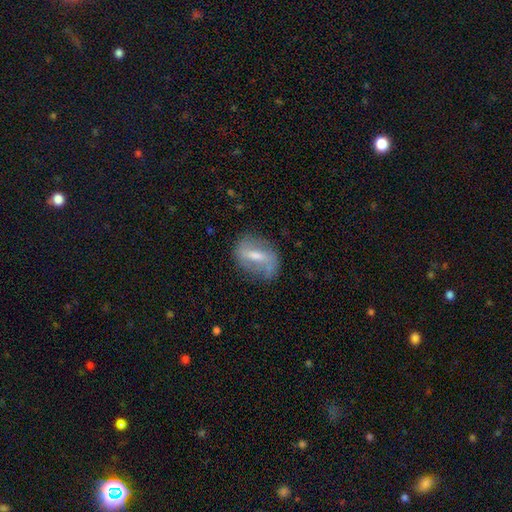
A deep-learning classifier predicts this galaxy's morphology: Overall: featured or disk (58%; smooth 34%). Edge-on disk: no (91%). Bar: strong (42%, tied with weak). Spiral arms: yes (59%; no 41%). Bulge size: moderate (52%; small 33%). Merging: none (68%).